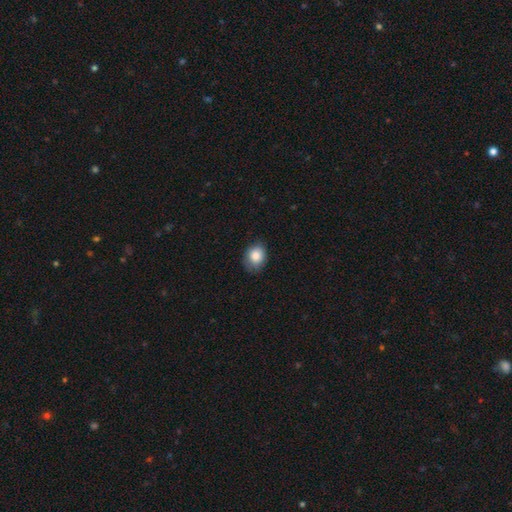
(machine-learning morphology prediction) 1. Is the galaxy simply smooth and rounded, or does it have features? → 84% smooth, 8% star or artifact, 8% featured or disk.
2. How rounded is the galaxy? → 50% round, 49% in between, 1% cigar-shaped.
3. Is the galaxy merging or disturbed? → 72% none, 22% minor disturbance, 4% major disturbance, 1% merger.